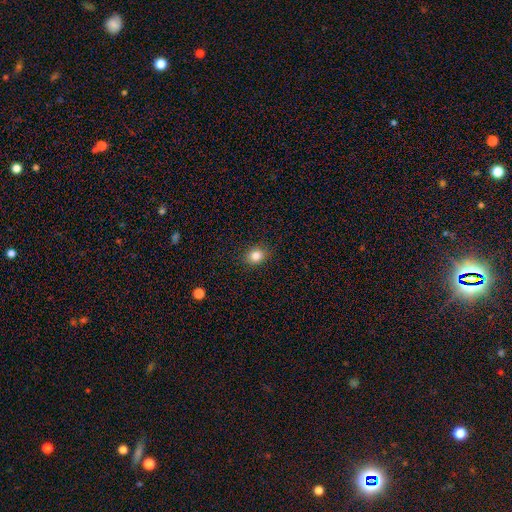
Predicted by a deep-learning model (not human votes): A smooth galaxy with no disk features (83%) that is round (64%).

Vote fractions:
- Smooth or featured? smooth: 83% / star or artifact: 11% / featured or disk: 6%
- How rounded? round: 64% / in between: 35% / cigar-shaped: 1%
- Merging? none: 89% / minor disturbance: 8% / major disturbance: 2% / merger: 1%